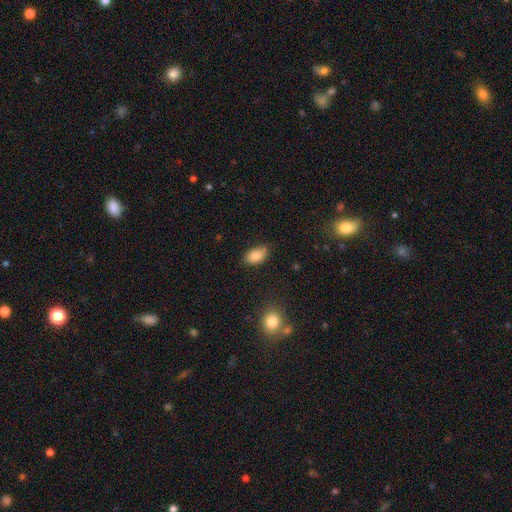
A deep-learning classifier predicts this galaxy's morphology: The model was most divided on "merging": none: 74%, minor disturbance: 21%, major disturbance: 4%, merger: 2%. More confident: how rounded — in between (92%); smooth or featured — smooth (85%).